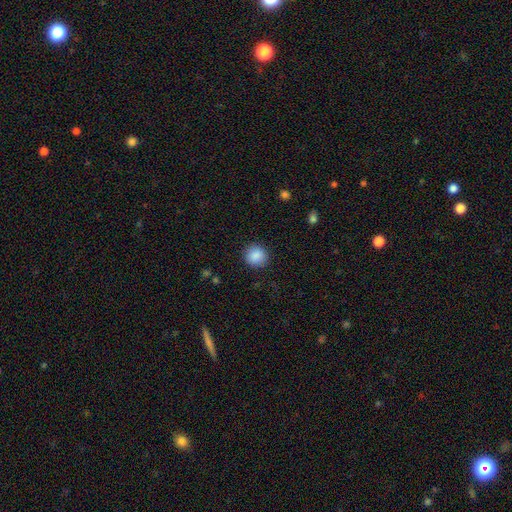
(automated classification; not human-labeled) smooth-or-featured: smooth: 88% | star or artifact: 8% | featured or disk: 3%
  how-rounded: round: 90% | in between: 9% | cigar-shaped: 1%
  merging: none: 90% | minor disturbance: 7% | major disturbance: 2% | merger: 1%